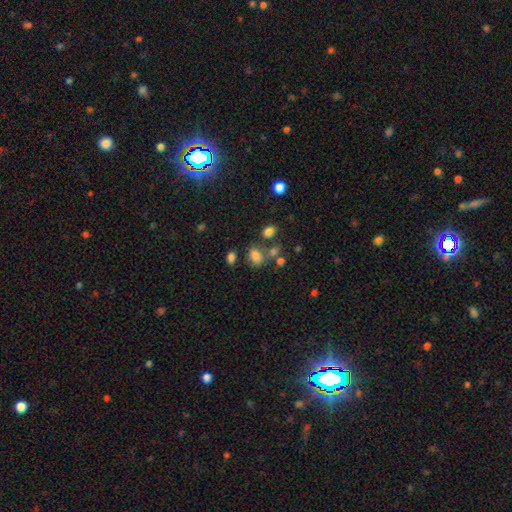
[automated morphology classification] The model was most divided on "merging": none: 56%, merger: 19%, minor disturbance: 16%, major disturbance: 8%. More confident: smooth or featured — smooth (76%); how rounded — in between (76%).